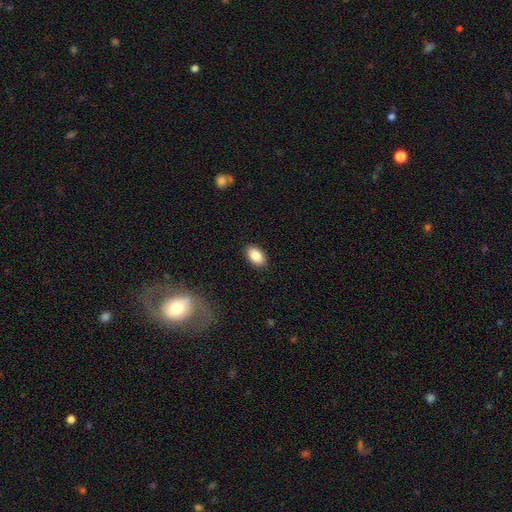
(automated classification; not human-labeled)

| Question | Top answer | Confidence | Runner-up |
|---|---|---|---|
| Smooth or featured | smooth | 87% | star or artifact (7%) |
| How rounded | in between | 92% | round (6%) |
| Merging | none | 89% | minor disturbance (8%) |